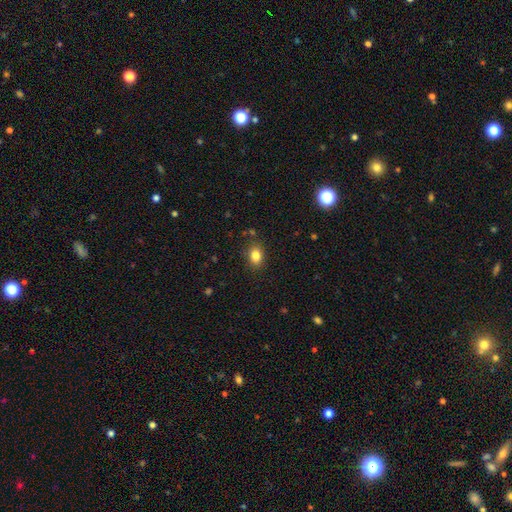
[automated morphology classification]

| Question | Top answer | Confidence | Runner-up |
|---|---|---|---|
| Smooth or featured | smooth | 84% | star or artifact (10%) |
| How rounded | in between | 68% | round (31%) |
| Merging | none | 85% | minor disturbance (11%) |